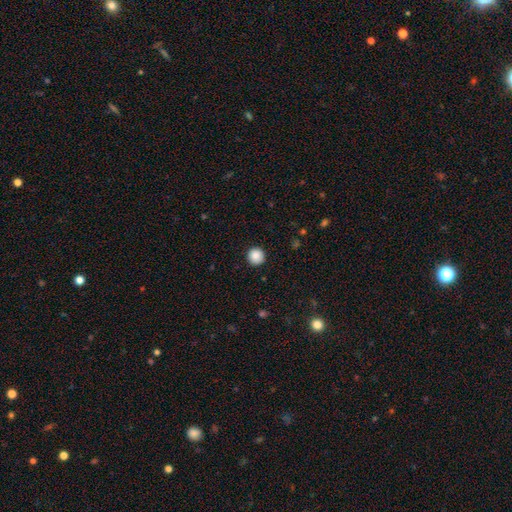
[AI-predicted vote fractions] A smooth galaxy with no disk features (88%) that is round (95%). Merging: none (92%).